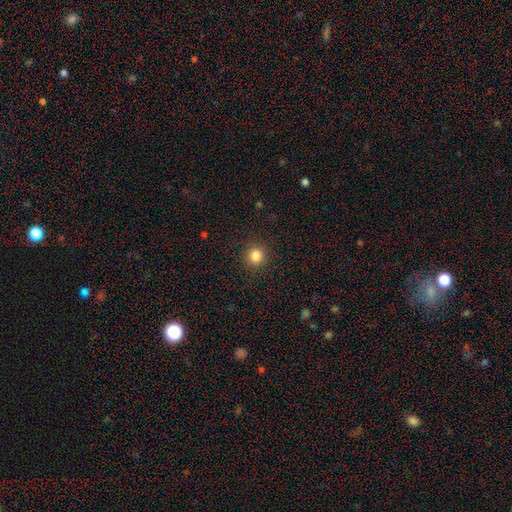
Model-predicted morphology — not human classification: Smooth or featured?
  - smooth: 84% *
  - star or artifact: 12%
  - featured or disk: 5%
How rounded?
  - round: 92% *
  - in between: 8%
  - cigar-shaped: 1%
Merging?
  - none: 90% *
  - minor disturbance: 6%
  - major disturbance: 3%
  - merger: 1%